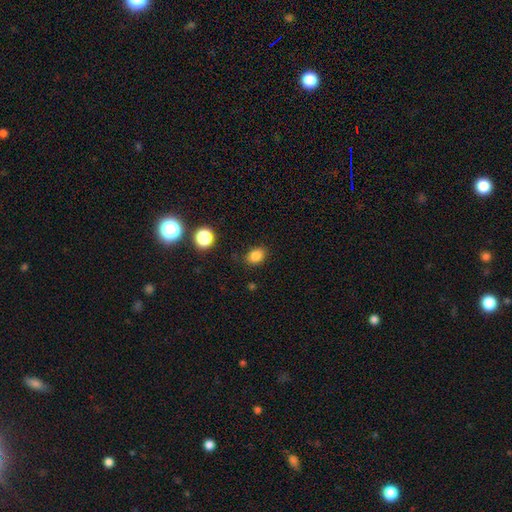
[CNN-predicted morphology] Smooth or featured? smooth (83%)
How rounded? in between (62%)
Merging? none (84%)